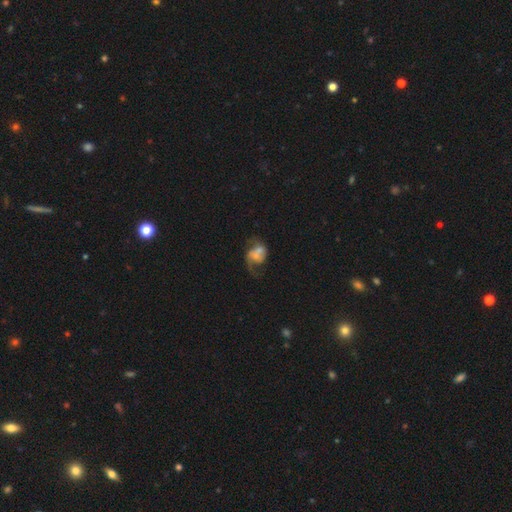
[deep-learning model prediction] Q: Smooth or featured?
A: featured or disk (53%); runner-up: smooth (36%)
Q: Edge-on disk?
A: no (97%); runner-up: yes (3%)
Q: Bar?
A: no (66%); runner-up: weak (27%)
Q: Spiral arms?
A: yes (70%); runner-up: no (30%)
Q: Bulge size?
A: small (41%); runner-up: none (24%)
Q: Merging?
A: major disturbance (34%); runner-up: none (30%)